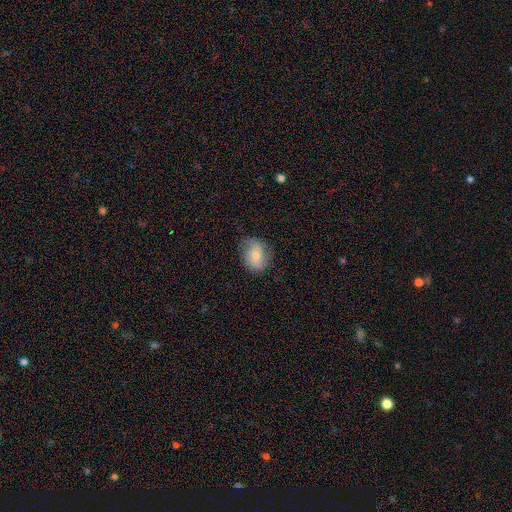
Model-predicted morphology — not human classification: type=smooth (61%); roundness=in between (55%); merging=none (68%).